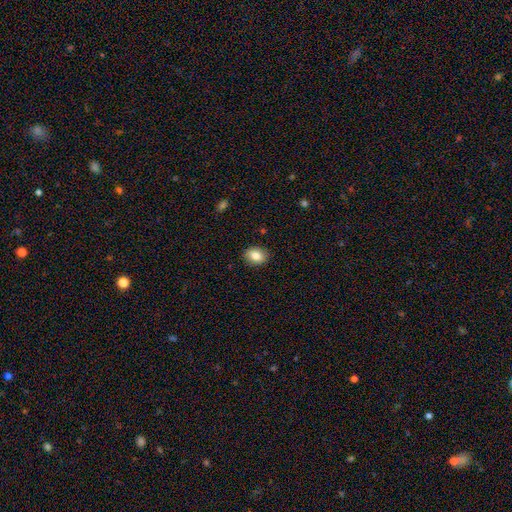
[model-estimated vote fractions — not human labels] Smooth or featured?
  - smooth: 85% *
  - star or artifact: 8%
  - featured or disk: 7%
How rounded?
  - in between: 62% *
  - round: 37%
  - cigar-shaped: 1%
Merging?
  - none: 89% *
  - minor disturbance: 8%
  - major disturbance: 2%
  - merger: 1%